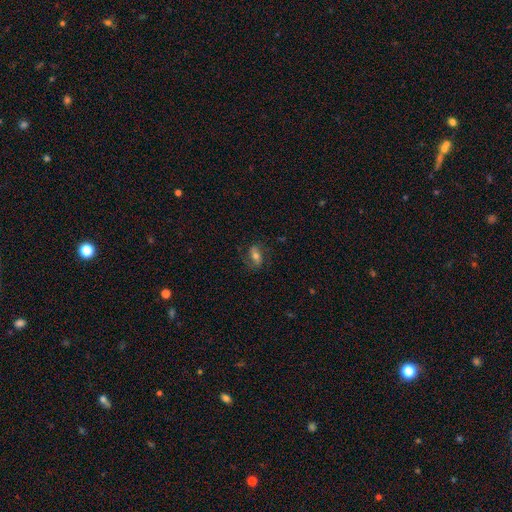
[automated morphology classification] smooth-or-featured: smooth: 46% | featured or disk: 44% | star or artifact: 10%
  merging: none: 70% | minor disturbance: 18% | major disturbance: 10% | merger: 1%